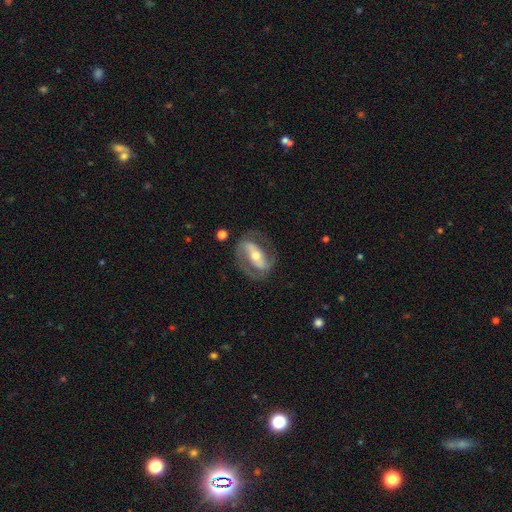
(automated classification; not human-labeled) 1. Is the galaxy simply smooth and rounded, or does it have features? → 82% featured or disk, 13% smooth, 5% star or artifact.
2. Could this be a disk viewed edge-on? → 94% no, 6% yes.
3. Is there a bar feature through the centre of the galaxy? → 55% strong, 24% weak, 21% no.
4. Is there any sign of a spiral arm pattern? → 86% yes, 14% no.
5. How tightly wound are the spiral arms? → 47% medium, 32% tight, 21% loose.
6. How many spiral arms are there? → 86% 2, 7% can't tell, 4% 1, 1% 3, 1% 4, 1% more than 4.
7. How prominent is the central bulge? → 57% moderate, 37% small, 4% large, 1% dominant, 1% none.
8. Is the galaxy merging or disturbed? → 74% none, 14% minor disturbance, 10% major disturbance, 2% merger.